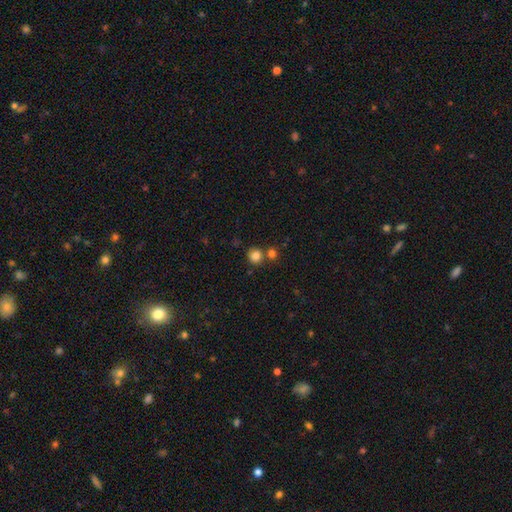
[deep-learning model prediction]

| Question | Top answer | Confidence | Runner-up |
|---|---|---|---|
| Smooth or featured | smooth | 82% | star or artifact (12%) |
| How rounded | round | 89% | in between (10%) |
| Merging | none | 69% | merger (20%) |